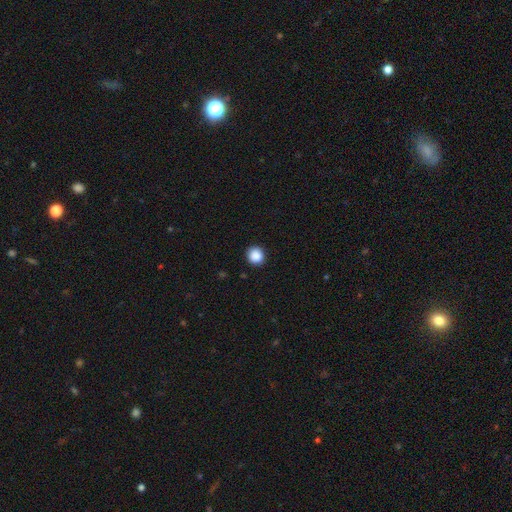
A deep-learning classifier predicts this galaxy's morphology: The model was most divided on "smooth or featured": smooth: 88%, star or artifact: 9%, featured or disk: 3%. More confident: how rounded — round (92%); merging — none (91%).